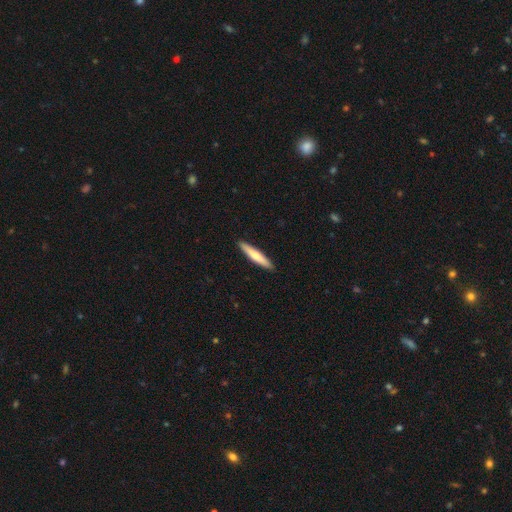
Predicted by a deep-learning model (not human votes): Smooth or featured?
  - smooth: 62% *
  - featured or disk: 34%
  - star or artifact: 5%
How rounded?
  - cigar-shaped: 92% *
  - in between: 7%
  - round: 1%
Merging?
  - none: 92% *
  - minor disturbance: 6%
  - major disturbance: 1%
  - merger: 1%